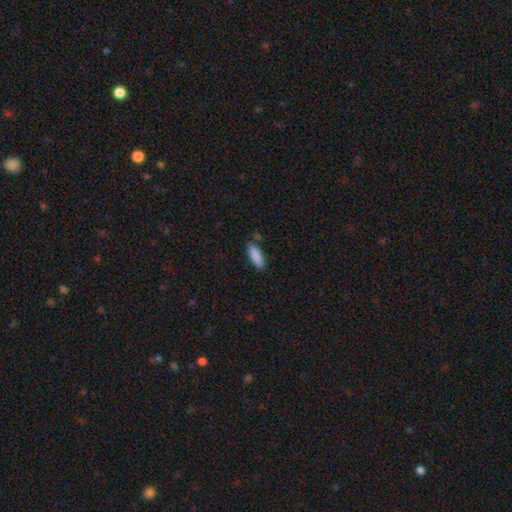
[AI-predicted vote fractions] Smooth or featured? smooth (88%)
How rounded? cigar-shaped (50%)
Merging? none (79%)